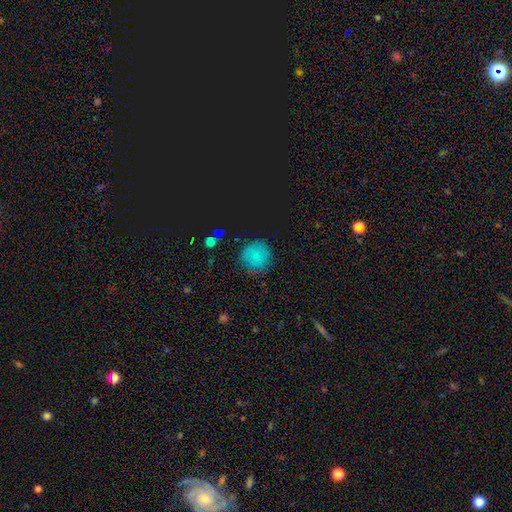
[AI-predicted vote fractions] smooth-or-featured: smooth: 63% | star or artifact: 27% | featured or disk: 10%
  how-rounded: round: 94% | in between: 5% | cigar-shaped: 1%
  merging: none: 83% | minor disturbance: 12% | major disturbance: 3% | merger: 1%